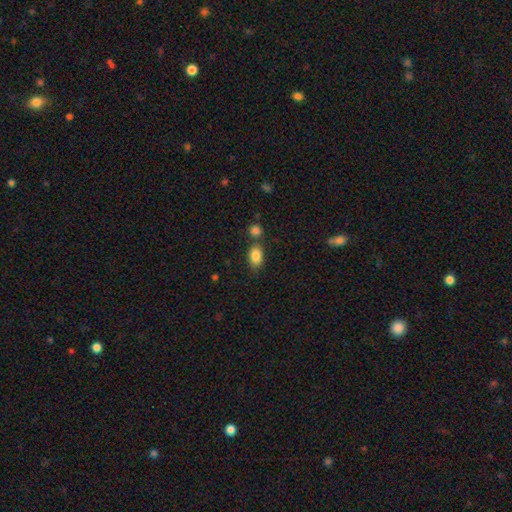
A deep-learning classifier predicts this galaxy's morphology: Q: Smooth or featured?
A: smooth (86%); runner-up: star or artifact (8%)
Q: How rounded?
A: in between (86%); runner-up: round (12%)
Q: Merging?
A: none (66%); runner-up: merger (18%)